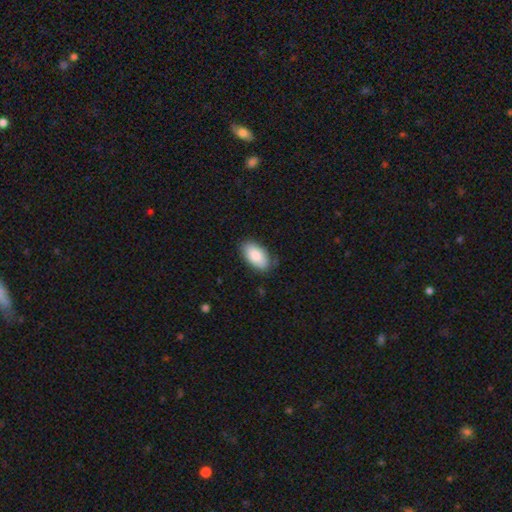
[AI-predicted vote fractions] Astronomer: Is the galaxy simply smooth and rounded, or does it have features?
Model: smooth — 86%.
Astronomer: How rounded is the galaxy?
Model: in between — 94%.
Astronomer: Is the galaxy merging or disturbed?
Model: none — 79%.